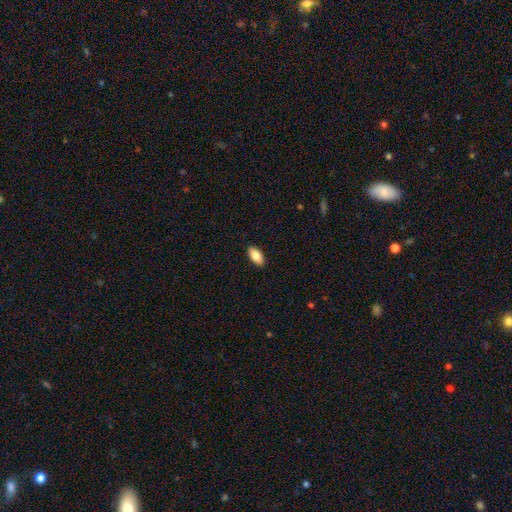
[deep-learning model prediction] Smooth or featured? smooth (86%)
How rounded? in between (92%)
Merging? none (90%)